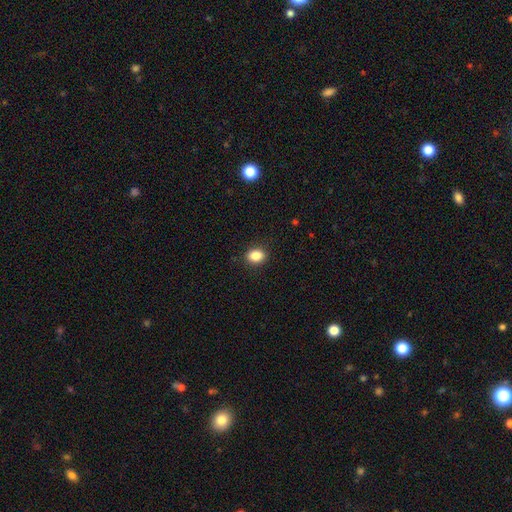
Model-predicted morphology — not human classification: This appears to be a smooth galaxy with no disk features (86%) that is in between round and cigar-shaped (63%). Merging: none (89%).